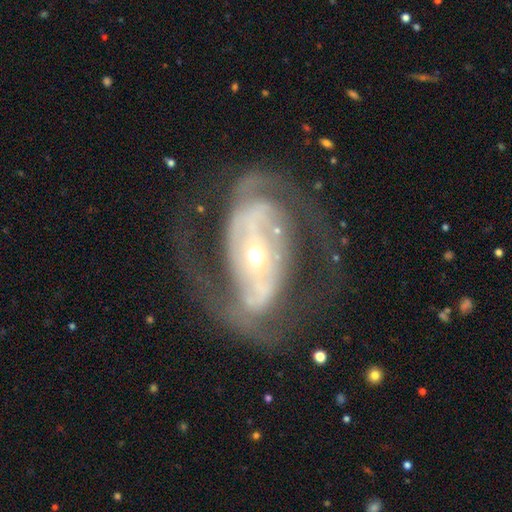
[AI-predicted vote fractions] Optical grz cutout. It shows a featured or disk galaxy (87%) with a strong bar (50%), 2 (77%) medium (47%) spiral arms (88%) and a small central bulge (57%). Merging: none (63%).